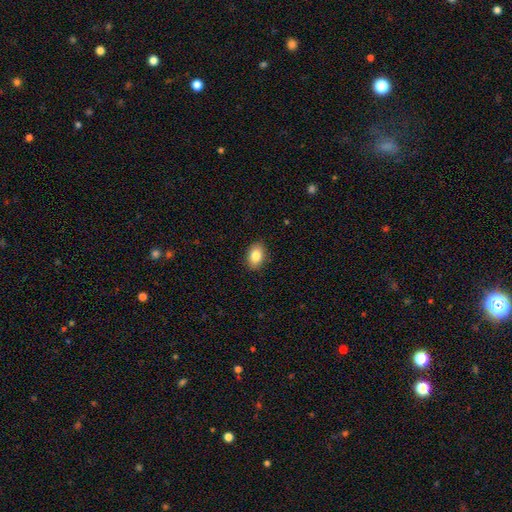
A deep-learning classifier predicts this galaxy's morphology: A smooth galaxy with no disk features (85%) that is in between round and cigar-shaped (81%). Merging: none (89%).